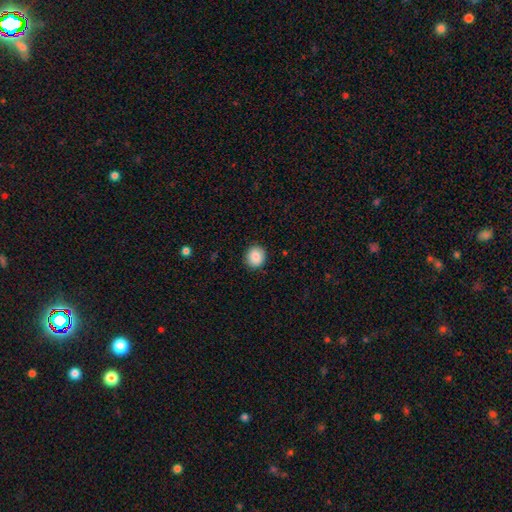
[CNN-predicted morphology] A smooth galaxy with no disk features (87%) that is round (85%). Merging: none (90%).